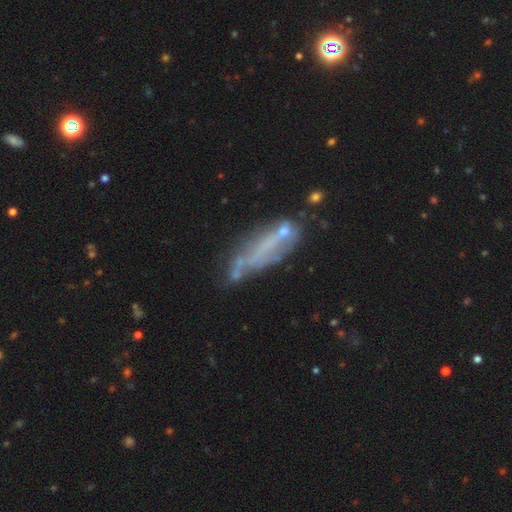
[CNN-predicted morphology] Smooth or featured? Predicted: featured or disk (p=0.52). Edge-on disk? Predicted: no (p=0.71). Merging? Predicted: none (p=0.37).